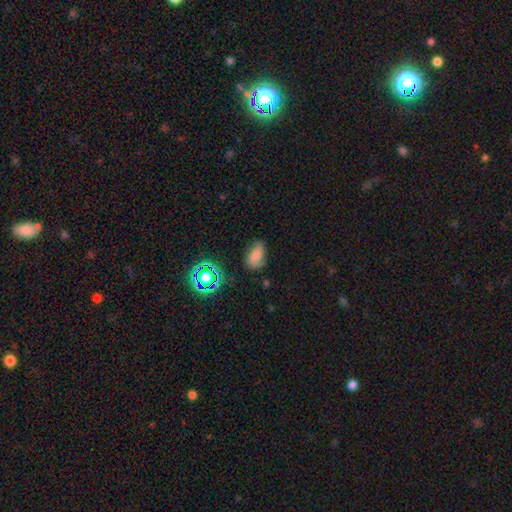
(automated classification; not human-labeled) Smooth or featured?
  - smooth: 62% *
  - featured or disk: 22%
  - star or artifact: 16%
How rounded?
  - in between: 86% *
  - round: 11%
  - cigar-shaped: 3%
Merging?
  - none: 59% *
  - minor disturbance: 29%
  - major disturbance: 9%
  - merger: 3%